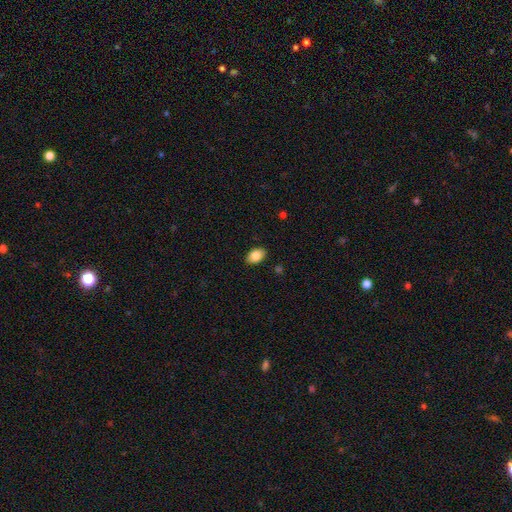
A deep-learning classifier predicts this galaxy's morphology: Smooth or featured? Predicted: smooth (p=0.85). How rounded? Predicted: in between (p=0.87). Merging? Predicted: none (p=0.88).